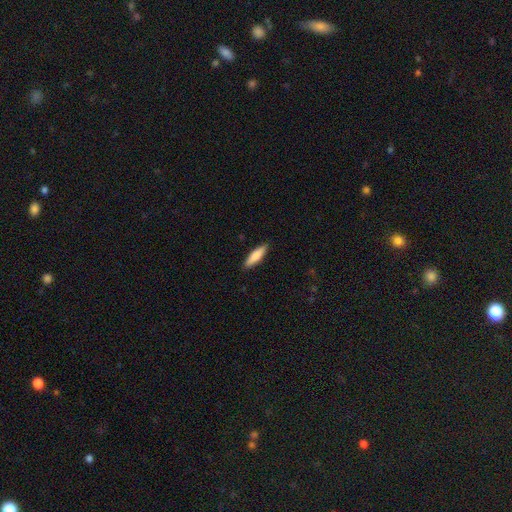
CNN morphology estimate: smooth_or_featured: smooth (p=0.80) [alt: featured or disk p=0.15]
how_rounded: cigar-shaped (p=0.66) [alt: in between p=0.32]
merging: none (p=0.89) [alt: minor disturbance p=0.08]